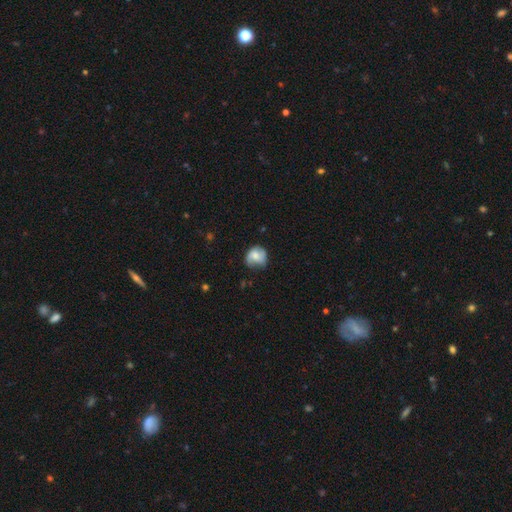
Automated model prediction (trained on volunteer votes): Smooth or featured? smooth (57%)
How rounded? round (73%)
Merging? none (51%)